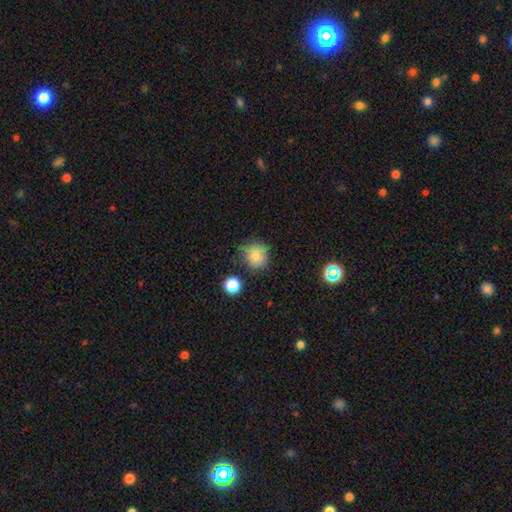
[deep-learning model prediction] Smooth or featured? smooth (82%)
How rounded? round (89%)
Merging? none (75%)